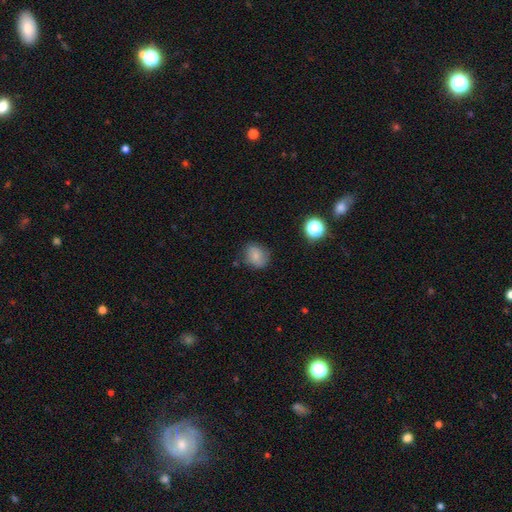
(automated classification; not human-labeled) Smooth or featured? smooth (75%)
How rounded? round (61%)
Merging? none (74%)